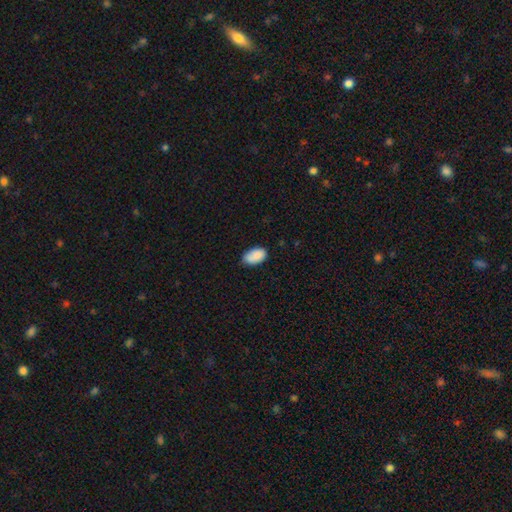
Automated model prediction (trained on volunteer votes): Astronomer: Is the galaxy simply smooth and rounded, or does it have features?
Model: smooth — 87%.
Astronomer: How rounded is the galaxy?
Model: in between — 93%.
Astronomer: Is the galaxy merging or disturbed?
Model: none — 67%.